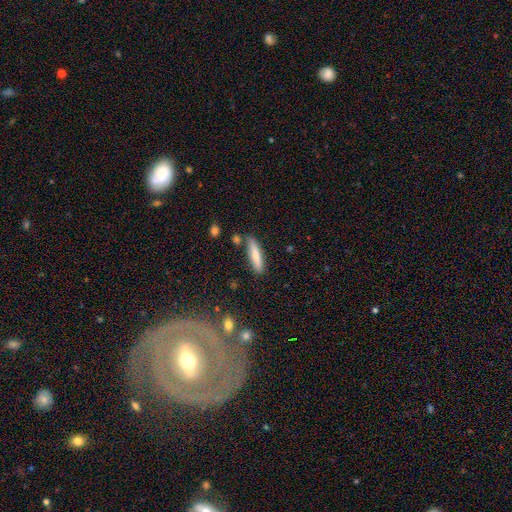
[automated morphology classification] smooth_or_featured: smooth (p=0.74) [alt: featured or disk p=0.20]
how_rounded: cigar-shaped (p=0.81) [alt: in between p=0.18]
merging: none (p=0.79) [alt: minor disturbance p=0.13]